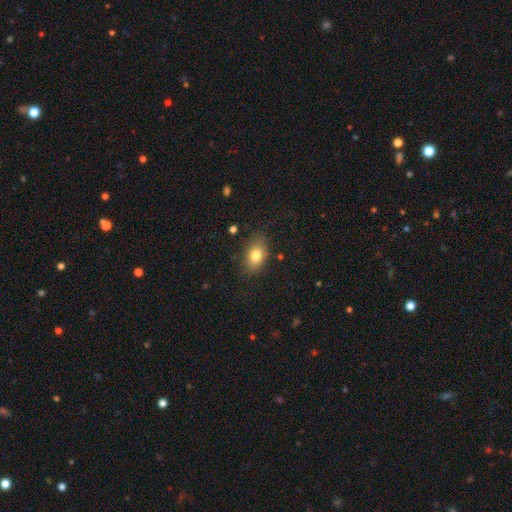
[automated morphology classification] Smooth or featured: smooth — 80% (featured or disk — 11%)
How rounded: in between — 82% (round — 16%)
Merging: none — 81% (minor disturbance — 14%)